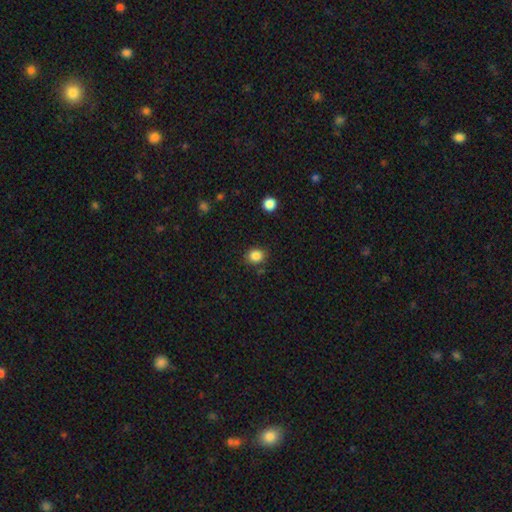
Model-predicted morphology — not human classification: Overall: smooth (85%). How rounded: round (73%). Merging: none (82%).